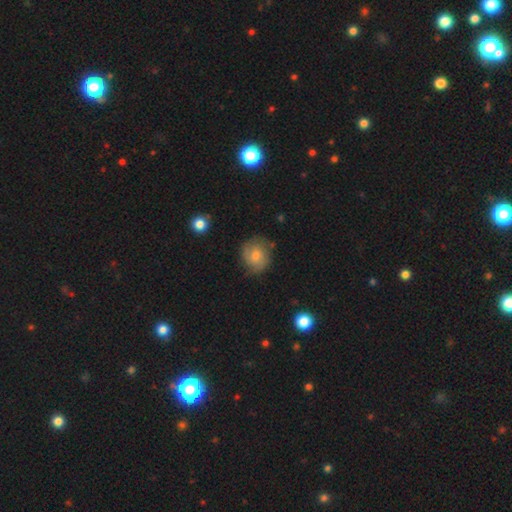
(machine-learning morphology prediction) smooth 60%, featured or disk 32%, star or artifact 8%. Down the decision tree: how rounded — round (81%); merging — none (72%).